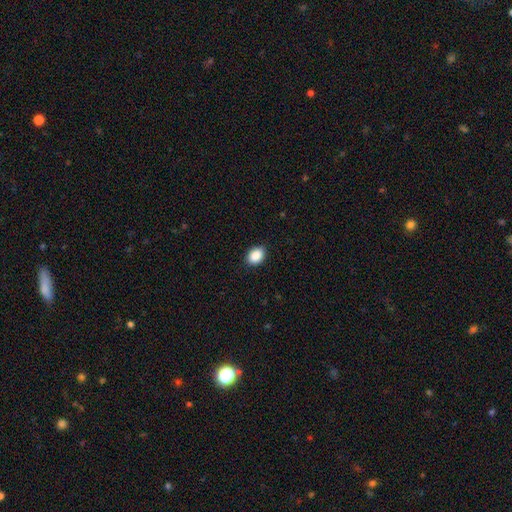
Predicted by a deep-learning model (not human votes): Smooth or featured? Predicted: smooth (p=0.90). How rounded? Predicted: in between (p=0.75). Merging? Predicted: none (p=0.89).